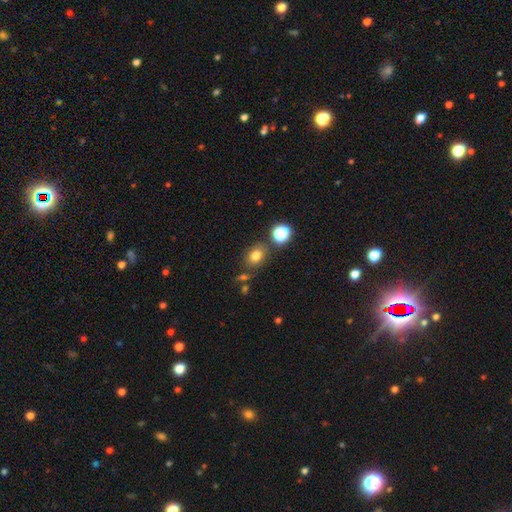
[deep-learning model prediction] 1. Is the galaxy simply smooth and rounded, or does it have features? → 75% smooth, 16% star or artifact, 9% featured or disk.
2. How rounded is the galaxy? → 53% in between, 46% round, 1% cigar-shaped.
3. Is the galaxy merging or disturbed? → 71% none, 14% minor disturbance, 10% merger, 5% major disturbance.